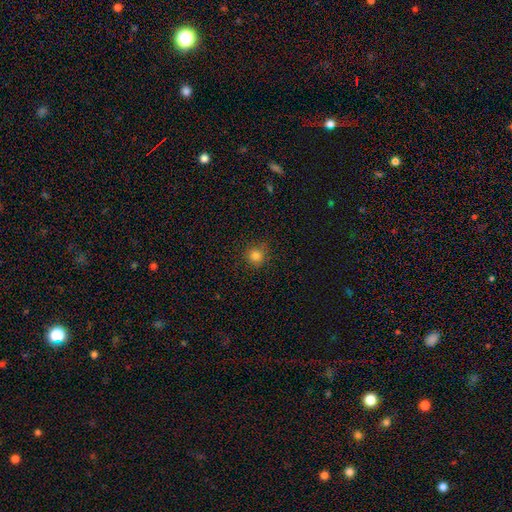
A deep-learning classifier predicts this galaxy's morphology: This is clearly a smooth galaxy (83%). How rounded: clearly round (92%). Merging: clearly none (84%).